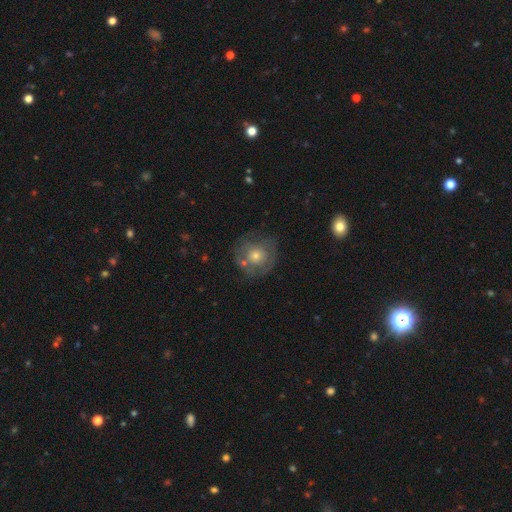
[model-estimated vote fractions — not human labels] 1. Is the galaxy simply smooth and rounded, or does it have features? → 46% smooth, 44% featured or disk, 10% star or artifact.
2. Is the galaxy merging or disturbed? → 66% none, 18% minor disturbance, 8% major disturbance, 8% merger.